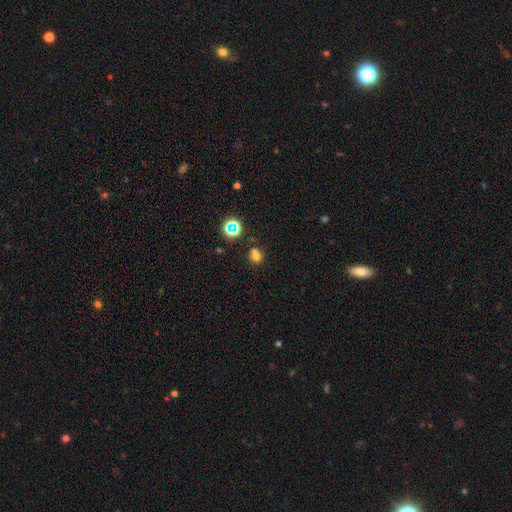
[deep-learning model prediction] smooth-or-featured: smooth: 66% | star or artifact: 23% | featured or disk: 12%
  how-rounded: round: 88% | in between: 11% | cigar-shaped: 1%
  merging: none: 56% | merger: 33% | minor disturbance: 8% | major disturbance: 3%